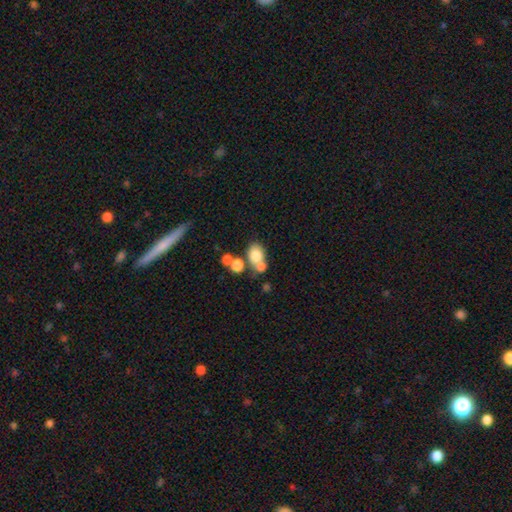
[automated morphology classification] type=smooth (75%); roundness=in between (54%); merging=merger (43%).